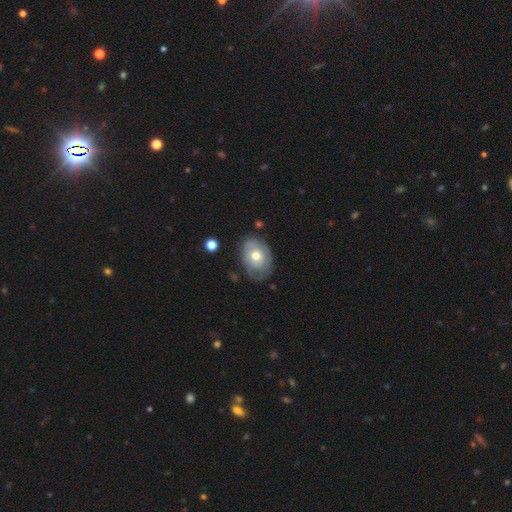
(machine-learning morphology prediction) smooth-or-featured: featured or disk: 51% | smooth: 42% | star or artifact: 6%
  disk-edge-on: no: 93% | yes: 7%
  merging: none: 63% | minor disturbance: 26% | major disturbance: 9% | merger: 2%